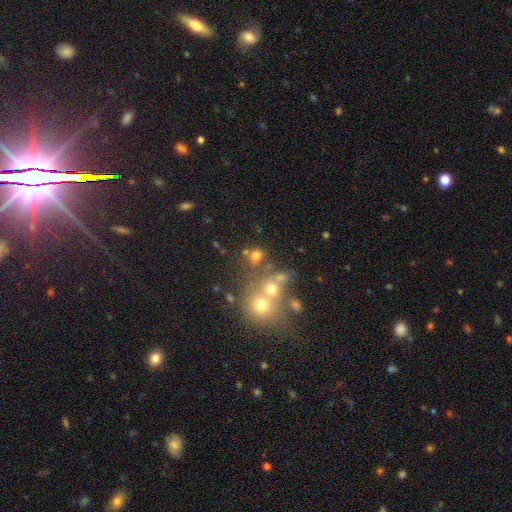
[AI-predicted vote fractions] This is likely a smooth galaxy (65%). How rounded: likely round (63%). Merging: possibly none (50%).